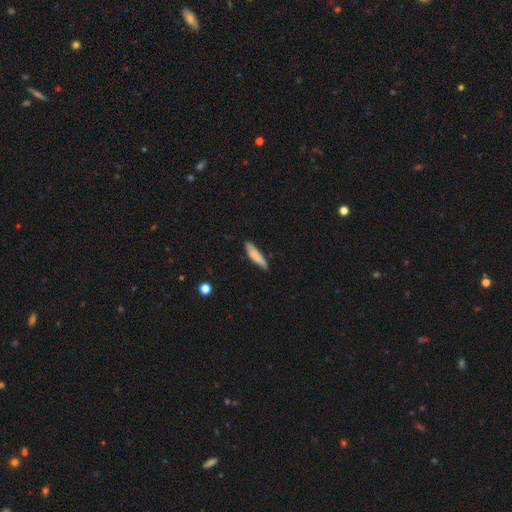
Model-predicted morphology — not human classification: Q: Smooth or featured?
A: smooth (79%); runner-up: featured or disk (15%)
Q: How rounded?
A: cigar-shaped (75%); runner-up: in between (23%)
Q: Merging?
A: none (77%); runner-up: minor disturbance (19%)